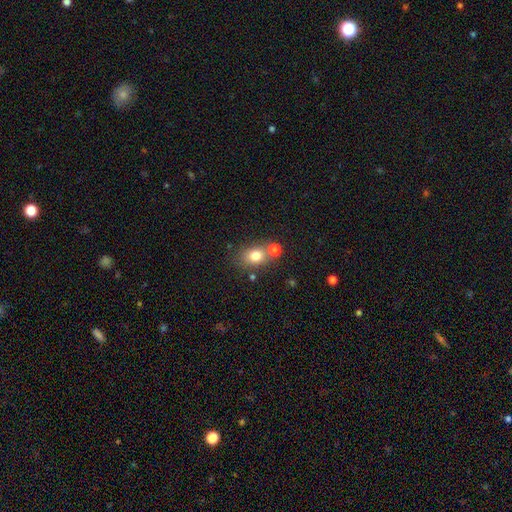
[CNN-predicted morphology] A smooth galaxy with no disk features (78%) that is in between round and cigar-shaped (58%). Merging: none (60%).